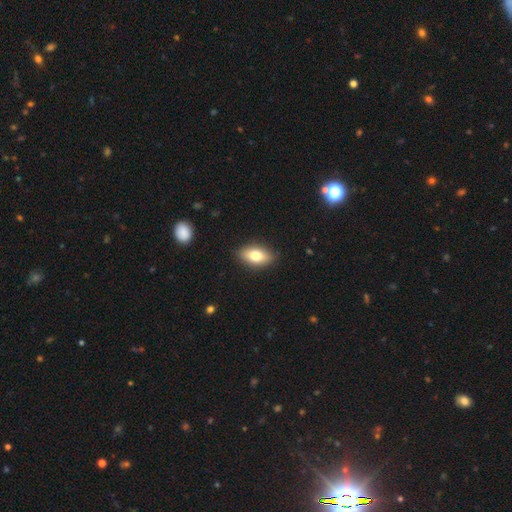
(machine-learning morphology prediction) Overall: smooth (78%). How rounded: in between (88%). Merging: none (87%).